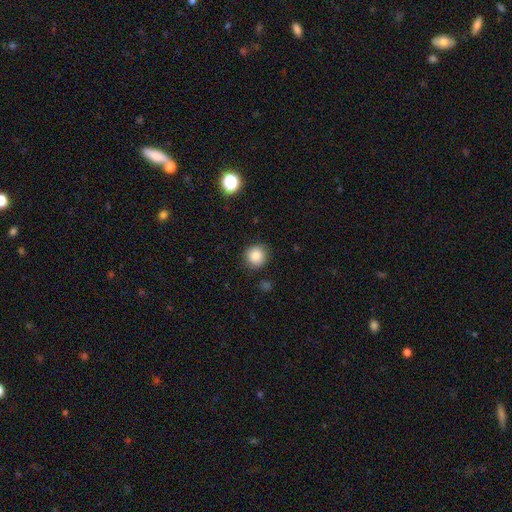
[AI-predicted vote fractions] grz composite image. It shows a smooth galaxy with no disk features (86%) that is round (92%). Merging: none (87%).